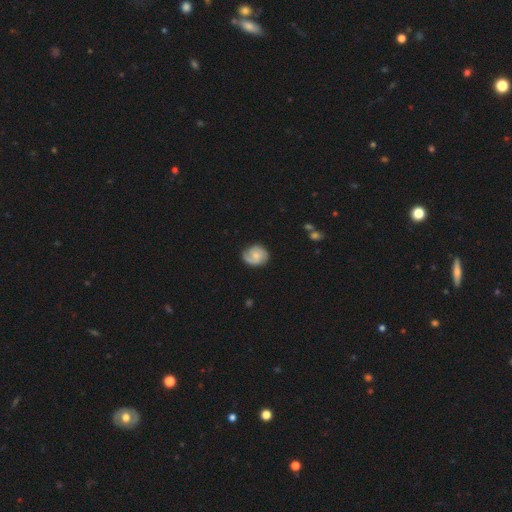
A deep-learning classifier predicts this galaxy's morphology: type=featured or disk (64%); edge-on=no (98%); bar=no (68%); spiral arms=yes (93%); winding=tight (44%); arm count=2 (55%); bulge=small (52%); merging=none (72%).